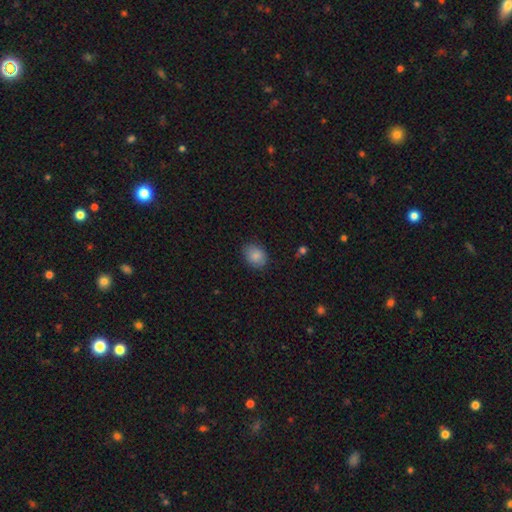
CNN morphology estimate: A smooth galaxy with no disk features (86%) that is in between round and cigar-shaped (63%).

Vote fractions:
- Smooth or featured? smooth: 86% / star or artifact: 8% / featured or disk: 6%
- How rounded? in between: 63% / round: 36% / cigar-shaped: 1%
- Merging? none: 81% / minor disturbance: 15% / major disturbance: 3% / merger: 1%